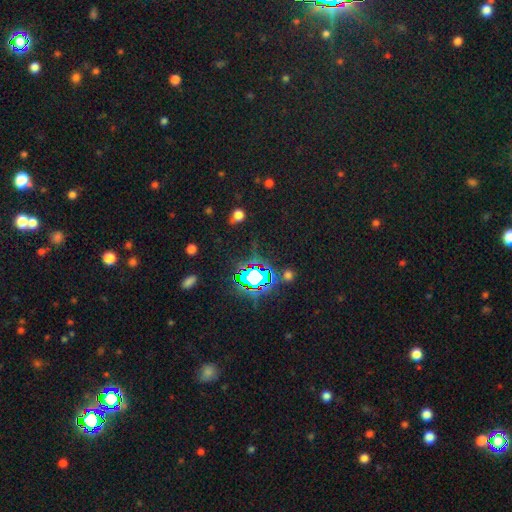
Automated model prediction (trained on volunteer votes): smooth-or-featured: star or artifact: 77% | smooth: 15% | featured or disk: 8%